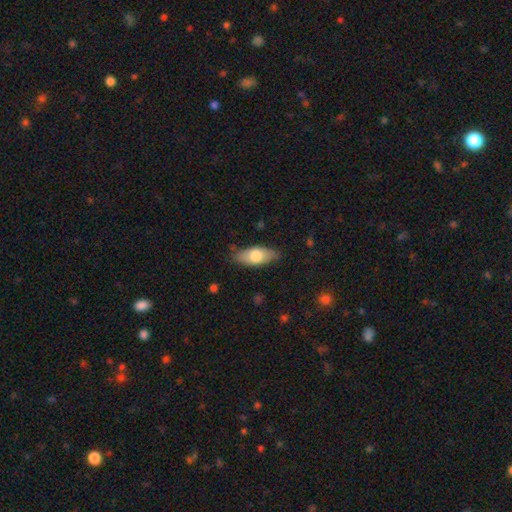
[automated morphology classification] Q: Smooth or featured?
A: smooth (70%); runner-up: featured or disk (24%)
Q: How rounded?
A: in between (81%); runner-up: cigar-shaped (17%)
Q: Merging?
A: none (80%); runner-up: minor disturbance (15%)